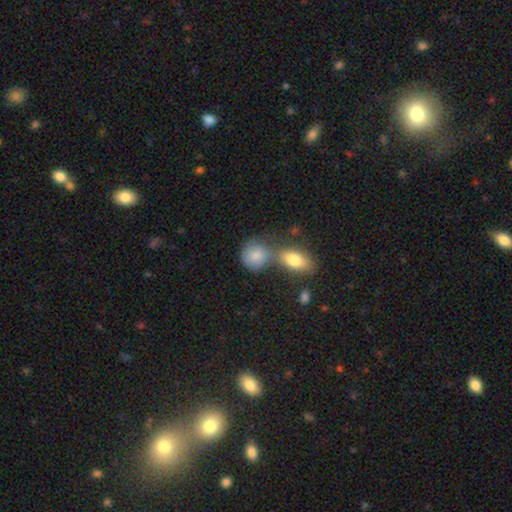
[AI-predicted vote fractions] smooth_or_featured: smooth (p=0.78) [alt: featured or disk p=0.15]
how_rounded: round (p=0.66) [alt: in between p=0.32]
merging: none (p=0.43) [alt: merger p=0.36]